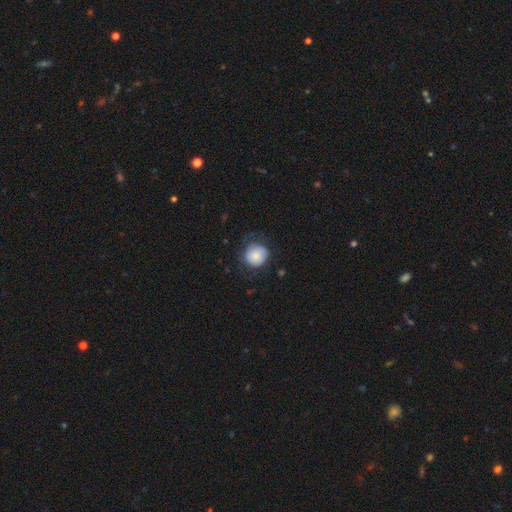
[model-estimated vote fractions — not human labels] Smooth or featured?
  - smooth: 81% *
  - featured or disk: 12%
  - star or artifact: 8%
How rounded?
  - round: 88% *
  - in between: 11%
  - cigar-shaped: 1%
Merging?
  - none: 63% *
  - minor disturbance: 24%
  - major disturbance: 12%
  - merger: 1%